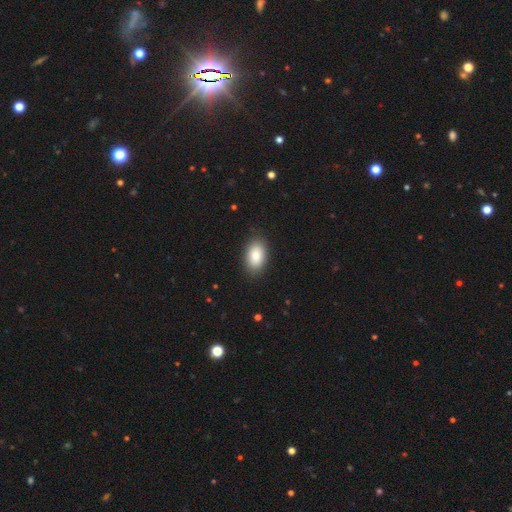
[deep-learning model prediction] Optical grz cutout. It shows a smooth galaxy with no disk features (86%) that is in between round and cigar-shaped (93%). Merging: none (88%).